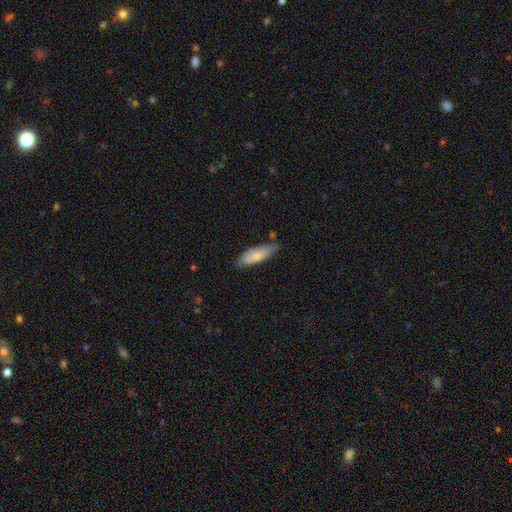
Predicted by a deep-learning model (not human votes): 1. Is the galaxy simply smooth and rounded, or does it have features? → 70% smooth, 24% featured or disk, 6% star or artifact.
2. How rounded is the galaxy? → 64% in between, 35% cigar-shaped, 2% round.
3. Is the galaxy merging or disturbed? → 65% none, 27% minor disturbance, 5% major disturbance, 3% merger.